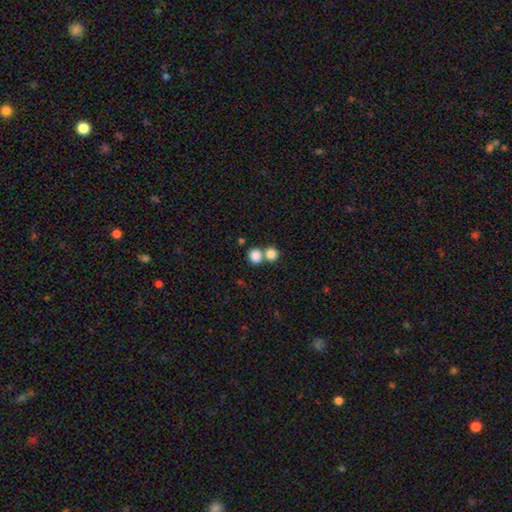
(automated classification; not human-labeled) Overall: smooth (84%). How rounded: round (79%). Merging: none (47%; merger 43%).